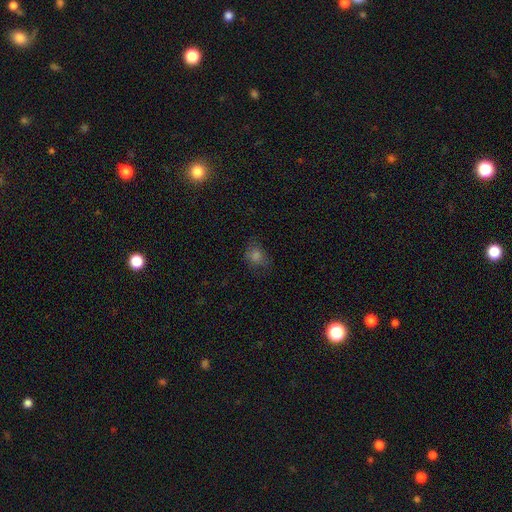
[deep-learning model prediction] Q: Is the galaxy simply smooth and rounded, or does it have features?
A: smooth — 68%.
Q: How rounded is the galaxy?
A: round — 54%.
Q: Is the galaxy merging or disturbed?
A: none — 70%.